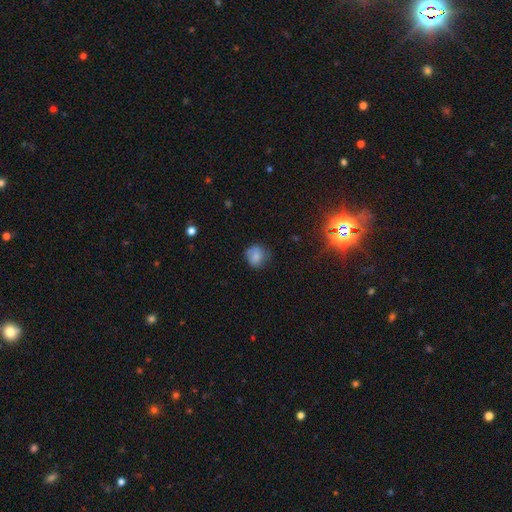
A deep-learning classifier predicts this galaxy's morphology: A smooth galaxy with no disk features (77%) that is round (78%). Merging: none (65%).